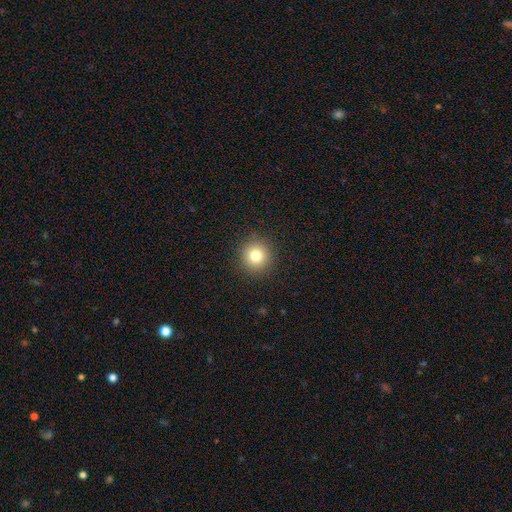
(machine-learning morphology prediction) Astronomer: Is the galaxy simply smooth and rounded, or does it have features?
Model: smooth — 80%.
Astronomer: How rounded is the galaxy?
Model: round — 94%.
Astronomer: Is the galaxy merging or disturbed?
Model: none — 91%.